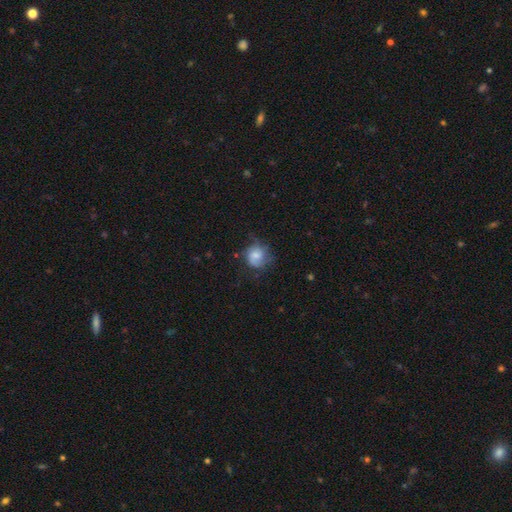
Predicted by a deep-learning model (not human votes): smooth-or-featured: smooth: 53% | featured or disk: 38% | star or artifact: 9%
  how-rounded: round: 77% | in between: 22% | cigar-shaped: 1%
  merging: none: 55% | minor disturbance: 28% | major disturbance: 15% | merger: 2%